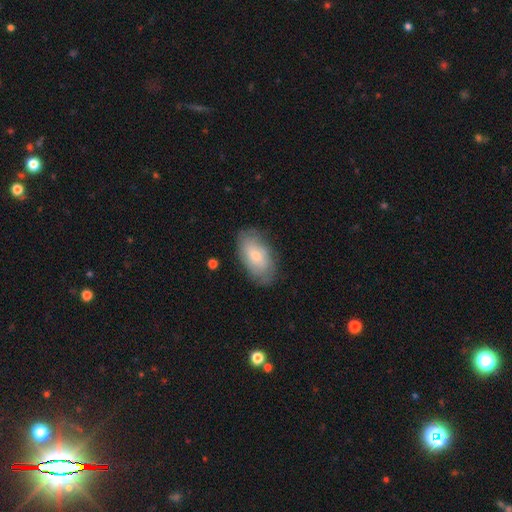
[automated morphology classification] This is likely a smooth galaxy (67%). How rounded: clearly in between (93%). Merging: likely none (77%).